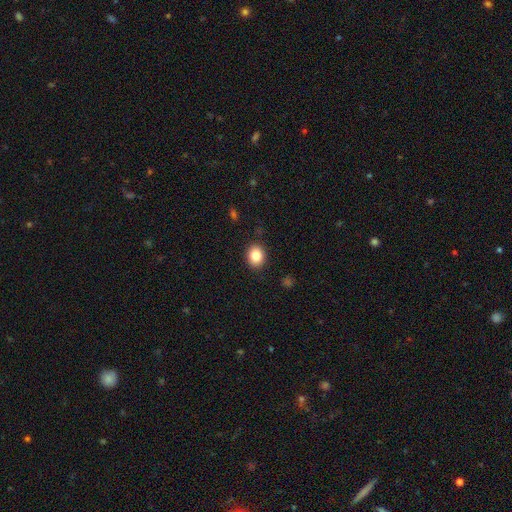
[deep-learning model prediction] Smooth or featured?
  - smooth: 84% *
  - star or artifact: 9%
  - featured or disk: 6%
How rounded?
  - round: 56% *
  - in between: 44%
  - cigar-shaped: 1%
Merging?
  - none: 89% *
  - minor disturbance: 8%
  - major disturbance: 2%
  - merger: 1%